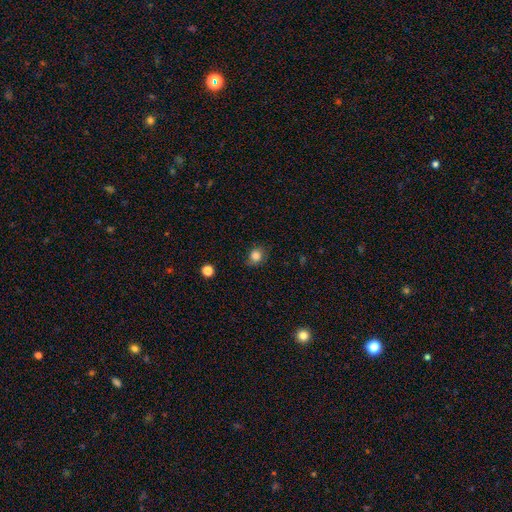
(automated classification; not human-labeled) smooth-or-featured: smooth: 84% | star or artifact: 11% | featured or disk: 5%
  how-rounded: round: 69% | in between: 30% | cigar-shaped: 1%
  merging: none: 77% | minor disturbance: 18% | major disturbance: 4% | merger: 1%